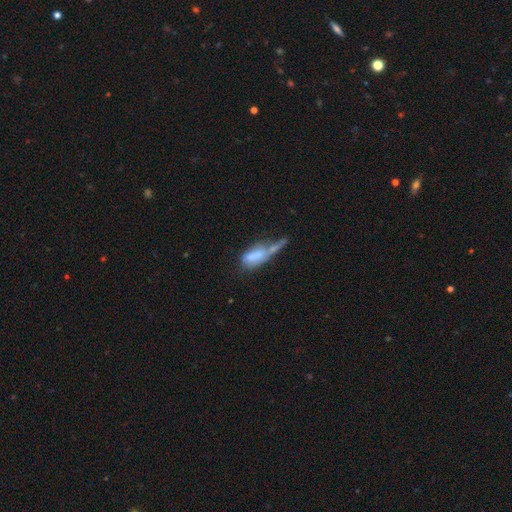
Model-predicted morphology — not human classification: The model was most divided on "merging": merger: 38%, major disturbance: 26%, none: 18%, minor disturbance: 18%. More confident: how rounded — in between (74%); smooth or featured — smooth (63%).